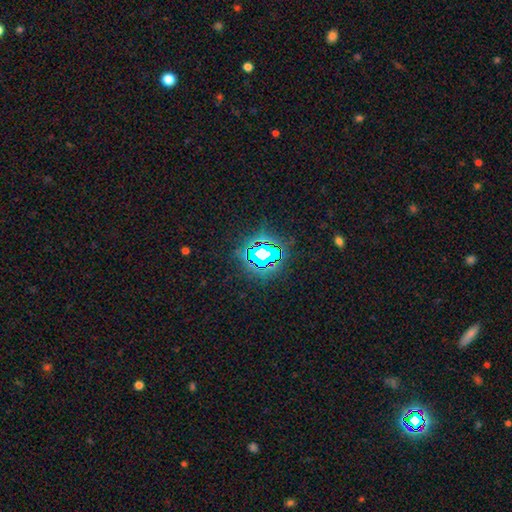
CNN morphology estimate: Smooth or featured?
  - star or artifact: 83% *
  - smooth: 11%
  - featured or disk: 7%